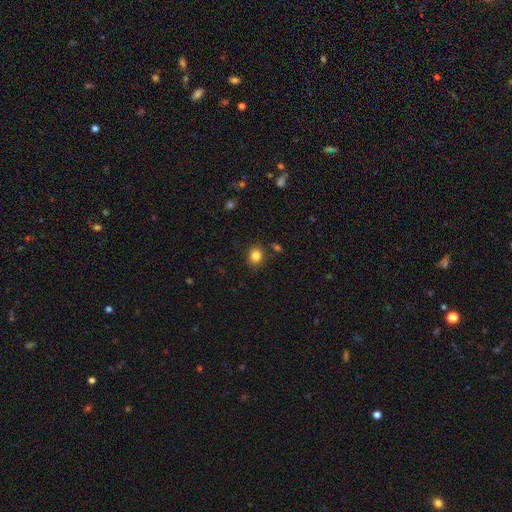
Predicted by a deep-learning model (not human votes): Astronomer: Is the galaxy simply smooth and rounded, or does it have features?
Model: smooth — 83%.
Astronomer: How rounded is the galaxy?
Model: round — 63%.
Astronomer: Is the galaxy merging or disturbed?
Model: none — 83%.